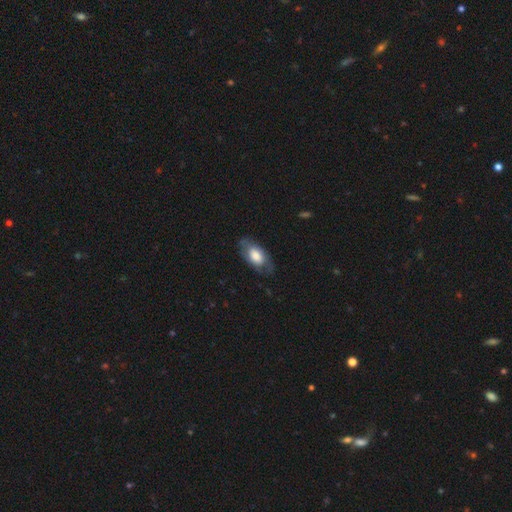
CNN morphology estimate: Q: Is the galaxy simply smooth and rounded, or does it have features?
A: smooth — 60%.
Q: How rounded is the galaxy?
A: in between — 91%.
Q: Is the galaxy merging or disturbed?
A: none — 71%.